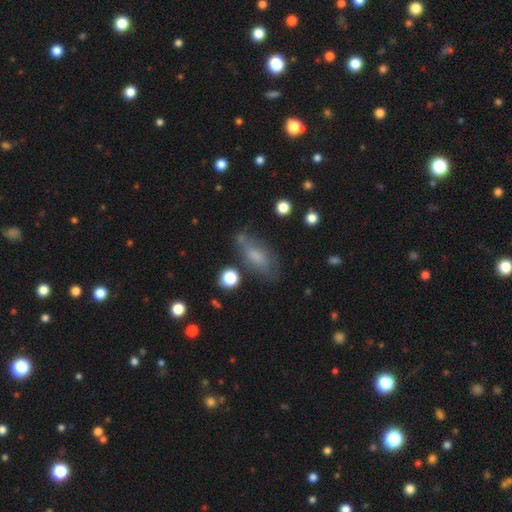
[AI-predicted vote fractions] Smooth or featured: smooth — 65% (featured or disk — 23%)
How rounded: in between — 75% (cigar-shaped — 20%)
Merging: none — 61% (minor disturbance — 24%)